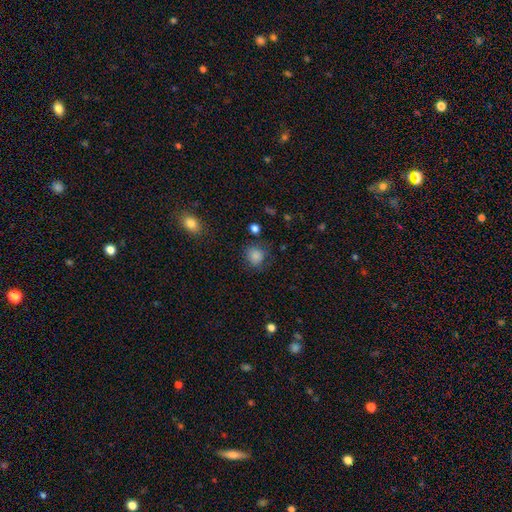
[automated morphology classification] Smooth or featured?
  - smooth: 84% *
  - star or artifact: 11%
  - featured or disk: 5%
How rounded?
  - round: 80% *
  - in between: 19%
  - cigar-shaped: 1%
Merging?
  - none: 73% *
  - minor disturbance: 18%
  - major disturbance: 6%
  - merger: 3%